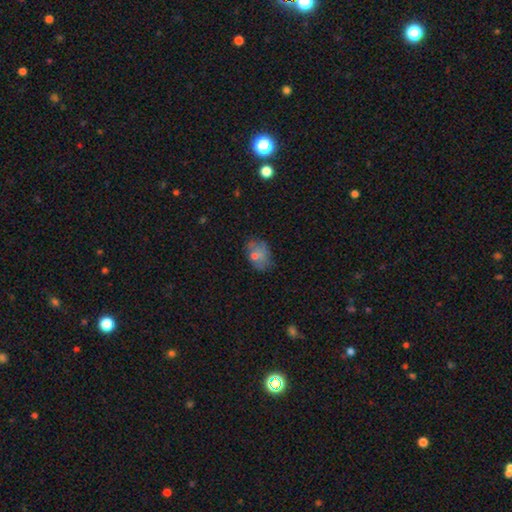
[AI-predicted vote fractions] Morphology: type=smooth (65%); roundness=in between (76%); merging=none (58%).